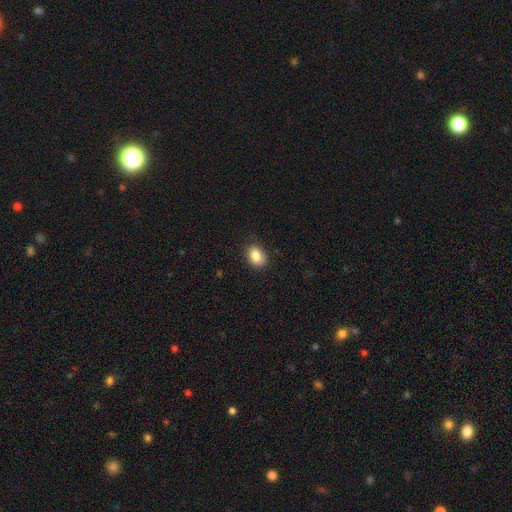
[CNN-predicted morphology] smooth_or_featured: smooth (p=0.86) [alt: star or artifact p=0.08]
how_rounded: in between (p=0.78) [alt: round p=0.21]
merging: none (p=0.85) [alt: minor disturbance p=0.12]